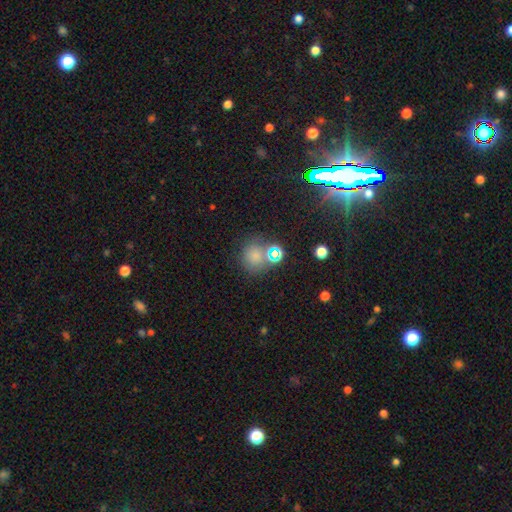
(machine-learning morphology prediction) A smooth galaxy with no disk features (70%) that is round (83%). Merging: none (66%).